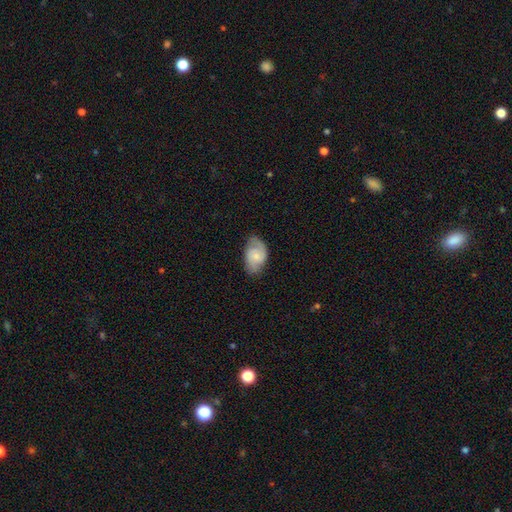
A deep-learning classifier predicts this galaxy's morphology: A featured or disk galaxy (58%) with no bar (59%), 2 (78%) medium (47%) spiral arms (90%) and a small central bulge (56%).

Vote fractions:
- Smooth or featured? featured or disk: 58% / smooth: 35% / star or artifact: 6%
- Edge-on disk? no: 96% / yes: 4%
- Bar? no: 59% / weak: 36% / strong: 6%
- Spiral arms? yes: 90% / no: 10%
- Spiral winding? medium: 47% / tight: 31% / loose: 22%
- Spiral arm count? 2: 78% / can't tell: 11% / 1: 6% / 3: 3% / 4: 1% / more than 4: 1%
- Bulge size? small: 56% / moderate: 30% / none: 10% / large: 3% / dominant: 1%
- Merging? none: 70% / minor disturbance: 22% / major disturbance: 7% / merger: 1%